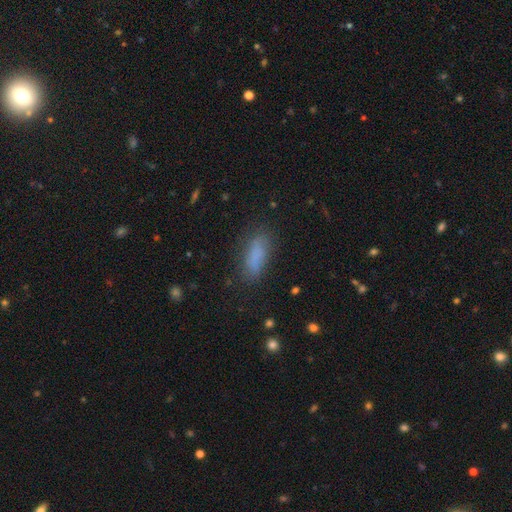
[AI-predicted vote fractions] A smooth galaxy with no disk features (82%) that is in between round and cigar-shaped (64%). Merging: none (77%).